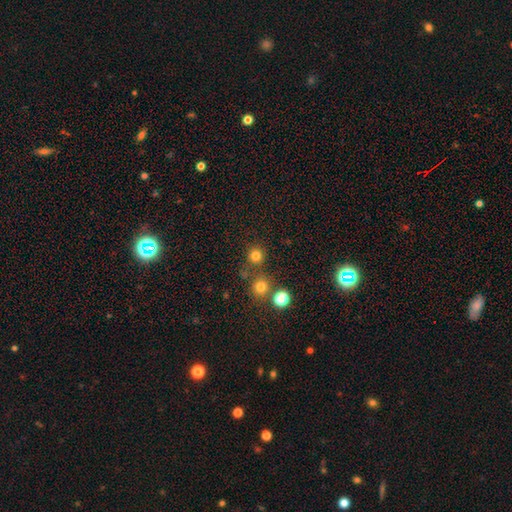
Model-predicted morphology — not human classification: Smooth or featured? smooth (78%)
How rounded? round (94%)
Merging? none (79%)